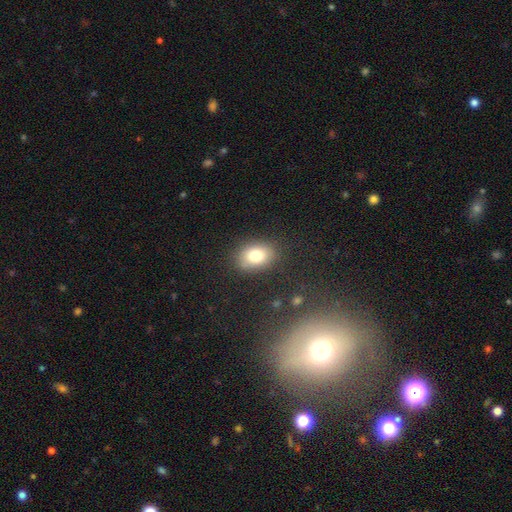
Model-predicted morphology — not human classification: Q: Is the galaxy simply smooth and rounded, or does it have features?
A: smooth — 78%.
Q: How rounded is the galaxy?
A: in between — 73%.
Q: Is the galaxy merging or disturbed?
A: none — 83%.